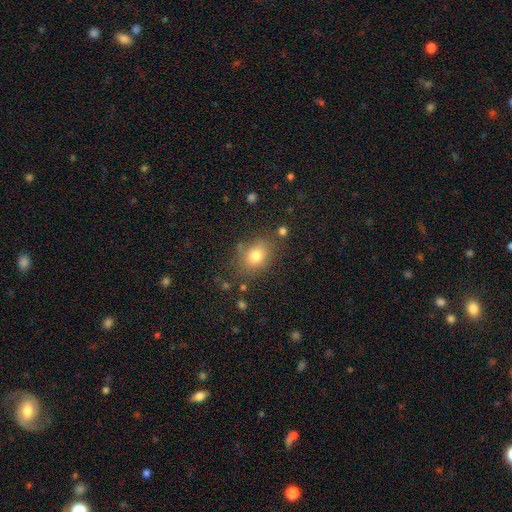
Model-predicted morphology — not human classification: type=smooth (79%); roundness=in between (58%); merging=none (76%).